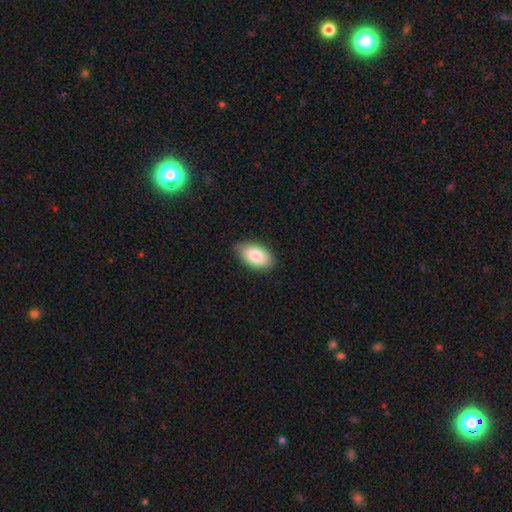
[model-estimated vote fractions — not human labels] The model was most divided on "merging": none: 80%, minor disturbance: 17%, major disturbance: 2%, merger: 1%. More confident: how rounded — in between (93%); smooth or featured — smooth (85%).